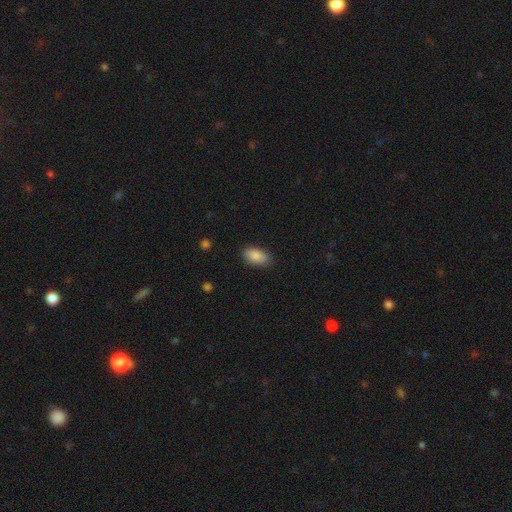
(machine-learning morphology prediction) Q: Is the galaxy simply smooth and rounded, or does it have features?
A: smooth — 88%.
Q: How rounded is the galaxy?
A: in between — 93%.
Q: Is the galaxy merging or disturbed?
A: none — 85%.